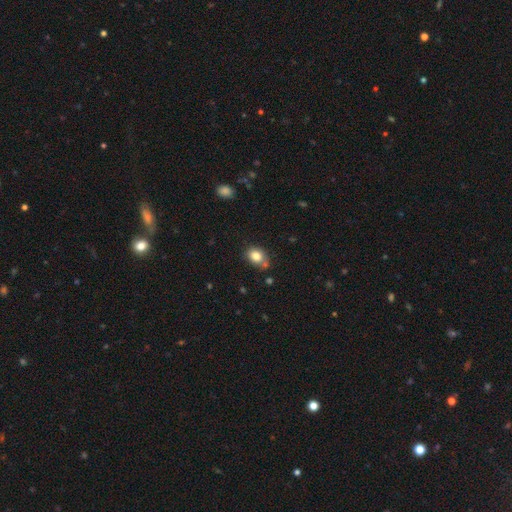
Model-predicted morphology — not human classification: This appears to be a smooth galaxy with no disk features (82%) that is in between round and cigar-shaped (55%). Merging: none (65%).